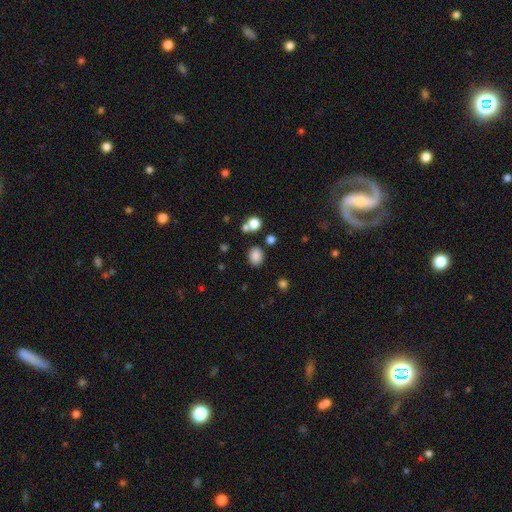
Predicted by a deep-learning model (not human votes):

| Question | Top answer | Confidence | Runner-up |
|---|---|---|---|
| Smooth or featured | smooth | 83% | star or artifact (12%) |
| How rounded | round | 52% | in between (47%) |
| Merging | none | 80% | minor disturbance (10%) |